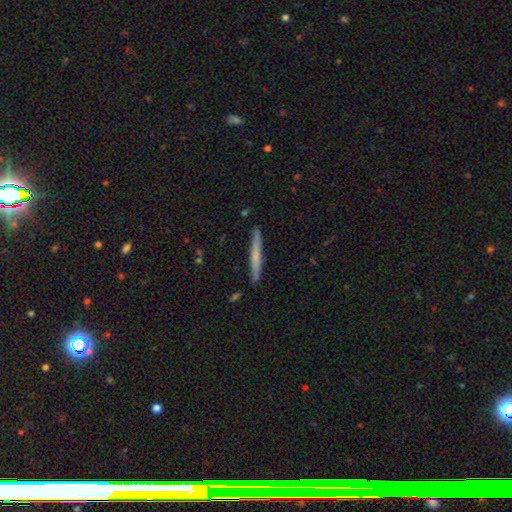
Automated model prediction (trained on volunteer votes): smooth_or_featured: smooth (p=0.57) [alt: featured or disk p=0.37]
how_rounded: cigar-shaped (p=0.96) [alt: in between p=0.02]
merging: none (p=0.90) [alt: minor disturbance p=0.08]